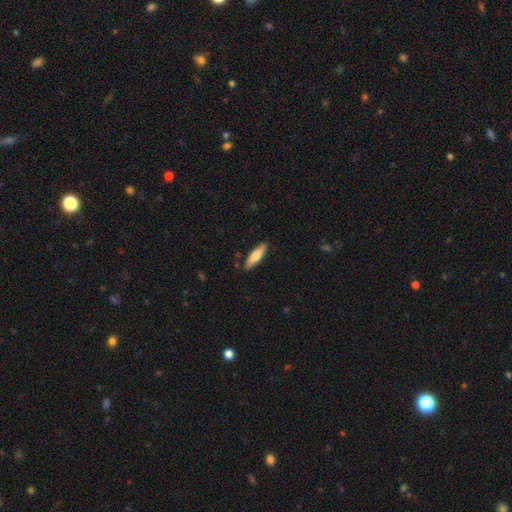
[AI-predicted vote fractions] Q: Smooth or featured?
A: smooth (72%); runner-up: featured or disk (23%)
Q: How rounded?
A: cigar-shaped (63%); runner-up: in between (35%)
Q: Merging?
A: none (87%); runner-up: minor disturbance (10%)